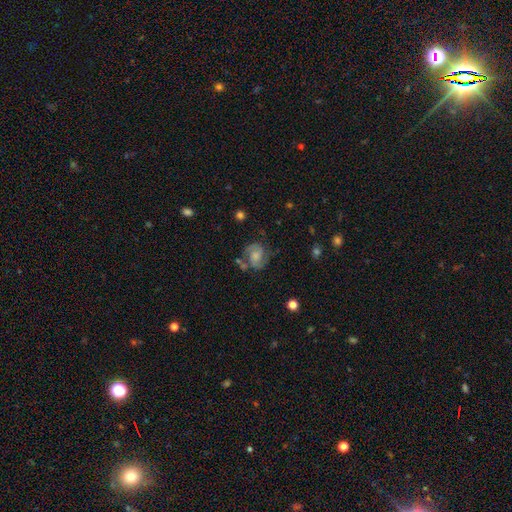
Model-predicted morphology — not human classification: Overall: featured or disk (60%; smooth 30%). Edge-on disk: no (97%). Bar: no (60%; weak 33%). Spiral arms: yes (86%). Spiral arm count: 2 (77%). Spiral winding: medium (49%; tight 31%). Bulge size: moderate (35%; small 25%). Merging: none (57%; minor disturbance 22%).